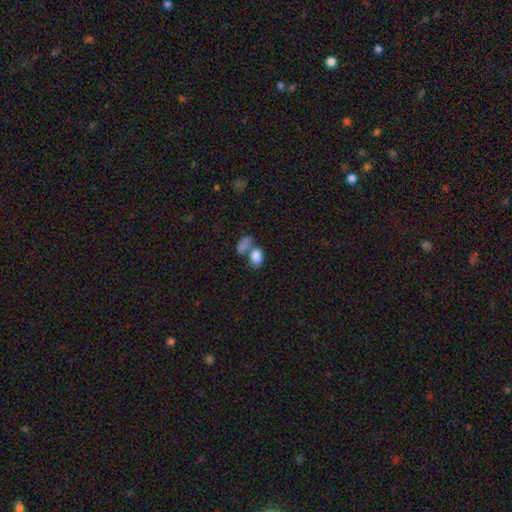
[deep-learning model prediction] A smooth galaxy with no disk features (83%) that is in between round and cigar-shaped (84%).

Vote fractions:
- Smooth or featured? smooth: 83% / featured or disk: 9% / star or artifact: 8%
- How rounded? in between: 84% / round: 15% / cigar-shaped: 2%
- Merging? merger: 51% / none: 33% / minor disturbance: 10% / major disturbance: 6%